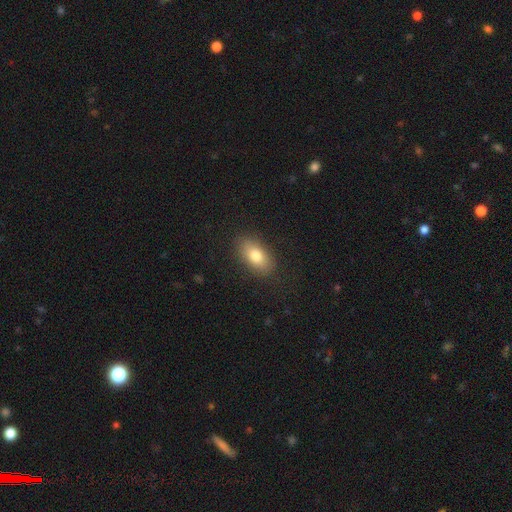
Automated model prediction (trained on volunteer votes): Q: Smooth or featured?
A: smooth (80%); runner-up: featured or disk (13%)
Q: How rounded?
A: in between (90%); runner-up: round (6%)
Q: Merging?
A: none (86%); runner-up: minor disturbance (10%)